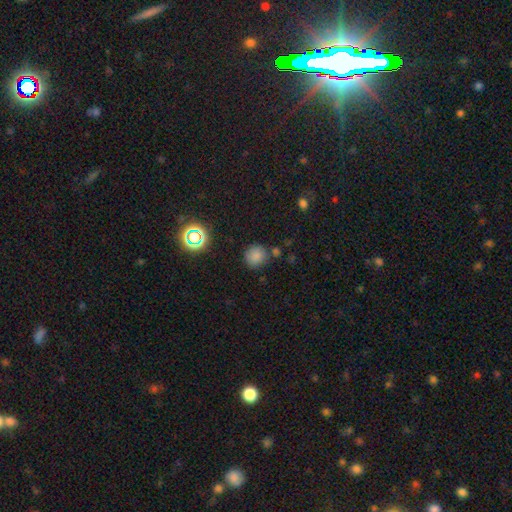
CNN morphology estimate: This appears to be a smooth galaxy with no disk features (78%) that is round (90%). Merging: none (77%).